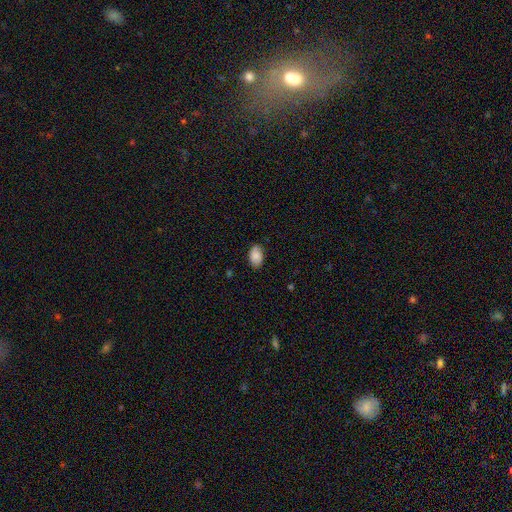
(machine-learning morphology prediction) Smooth or featured? smooth (85%)
How rounded? in between (91%)
Merging? none (81%)